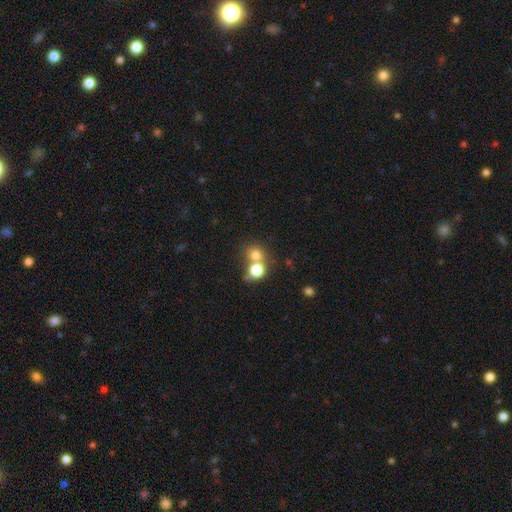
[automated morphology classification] Q: Smooth or featured?
A: smooth (75%); runner-up: star or artifact (14%)
Q: How rounded?
A: round (81%); runner-up: in between (18%)
Q: Merging?
A: merger (51%); runner-up: none (39%)